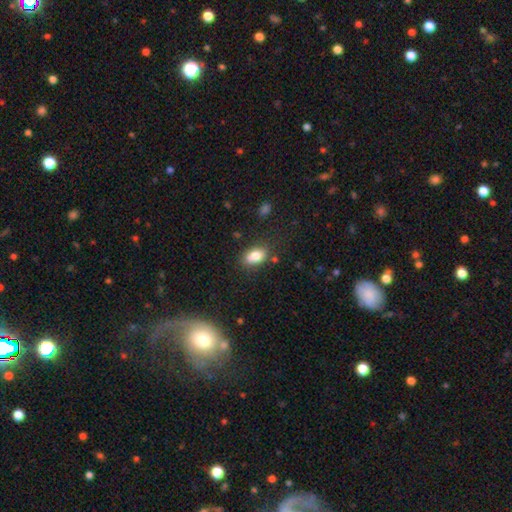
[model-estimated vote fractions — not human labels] smooth 79%, featured or disk 12%, star or artifact 9%. Down the decision tree: how rounded — in between (83%); merging — none (69%).